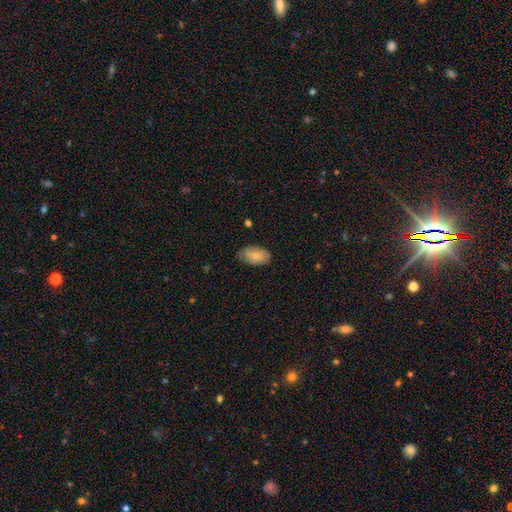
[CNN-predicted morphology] This appears to be a smooth galaxy with no disk features (78%) that is in between round and cigar-shaped (94%). Merging: none (76%).